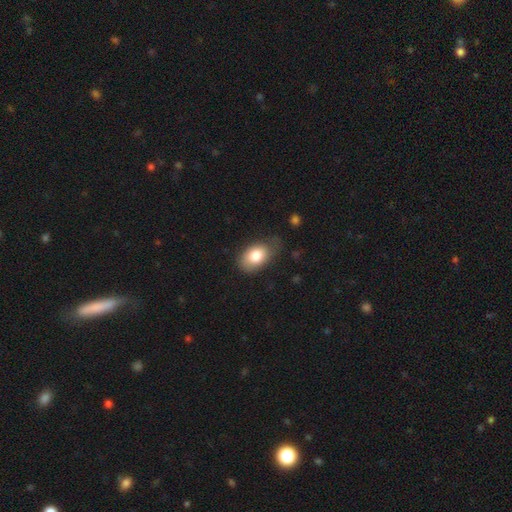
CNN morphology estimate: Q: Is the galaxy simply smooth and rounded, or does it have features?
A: smooth — 79%.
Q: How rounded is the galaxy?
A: in between — 88%.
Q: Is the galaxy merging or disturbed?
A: none — 59%.